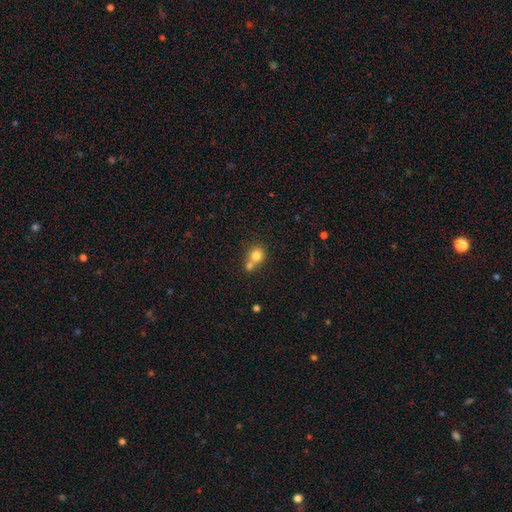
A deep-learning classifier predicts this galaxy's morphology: Overall: smooth (78%). How rounded: round (81%). Merging: merger (50%; none 40%).